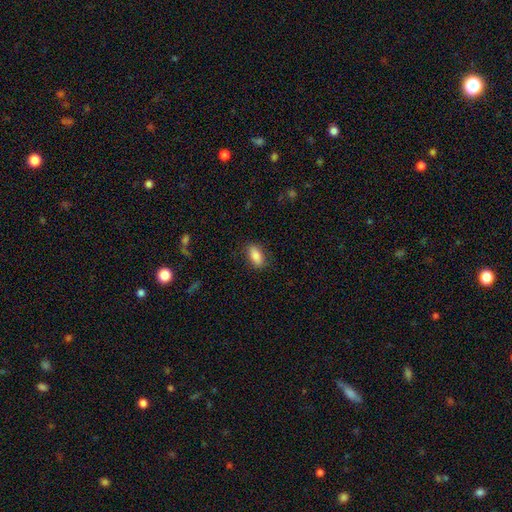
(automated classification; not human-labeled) Overall: smooth (85%). How rounded: in between (87%). Merging: none (85%).